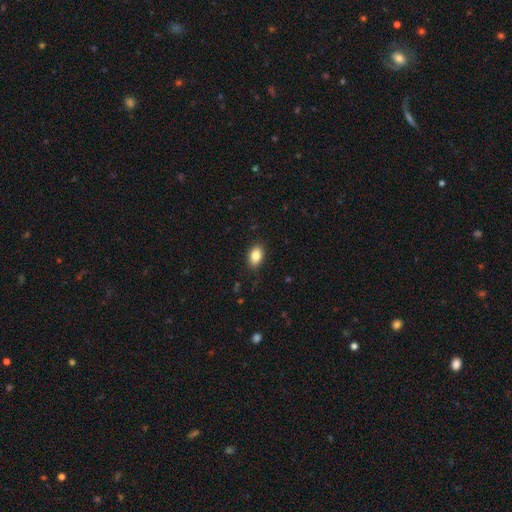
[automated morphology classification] smooth 85%, star or artifact 8%, featured or disk 7%. Down the decision tree: how rounded — in between (87%); merging — none (87%).